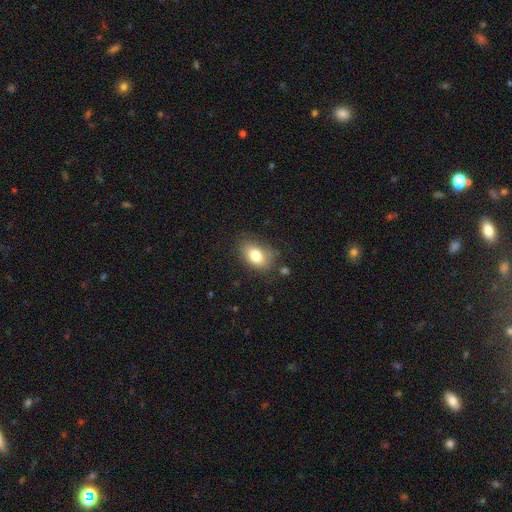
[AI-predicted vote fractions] A smooth galaxy with no disk features (78%) that is in between round and cigar-shaped (84%).

Vote fractions:
- Smooth or featured? smooth: 78% / featured or disk: 13% / star or artifact: 9%
- How rounded? in between: 84% / round: 15% / cigar-shaped: 1%
- Merging? none: 76% / minor disturbance: 17% / major disturbance: 5% / merger: 2%